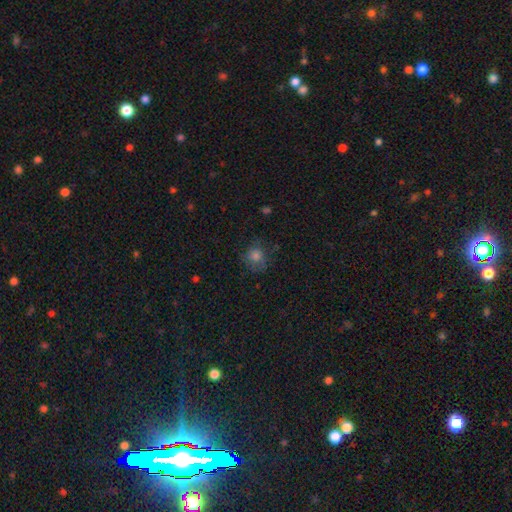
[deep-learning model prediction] The model was most divided on "merging": none: 67%, minor disturbance: 20%, major disturbance: 11%, merger: 2%. More confident: how rounded — round (82%); smooth or featured — smooth (72%).